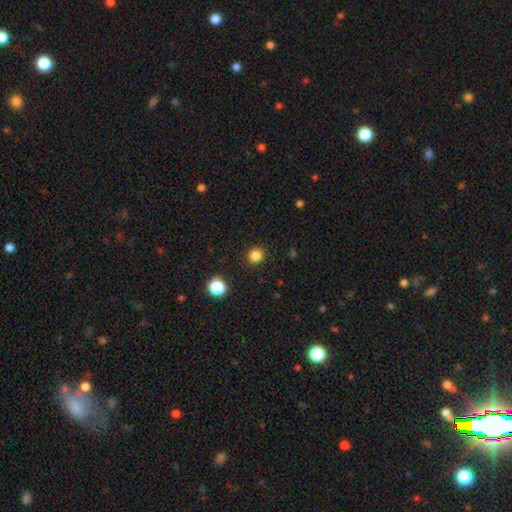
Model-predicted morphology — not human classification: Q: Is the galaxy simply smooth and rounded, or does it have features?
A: smooth — 84%.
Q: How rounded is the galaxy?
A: round — 90%.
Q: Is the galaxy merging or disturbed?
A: none — 91%.